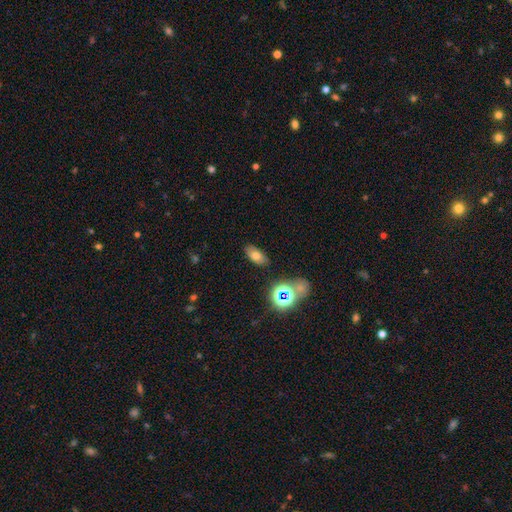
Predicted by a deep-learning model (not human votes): Smooth or featured? Predicted: smooth (p=0.69). How rounded? Predicted: in between (p=0.88). Merging? Predicted: none (p=0.83).